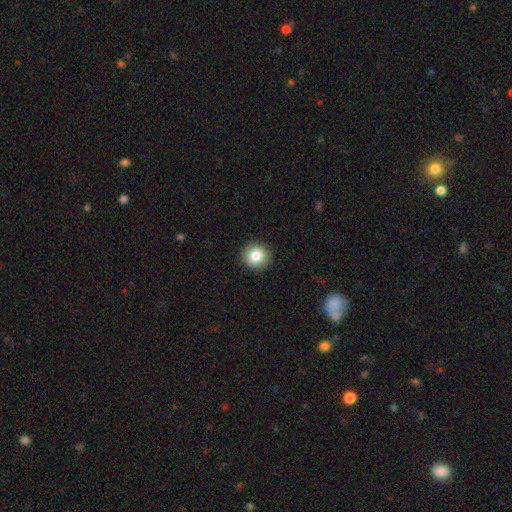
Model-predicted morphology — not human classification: smooth 83%, star or artifact 9%, featured or disk 8%. Down the decision tree: how rounded — round (87%); merging — none (91%).